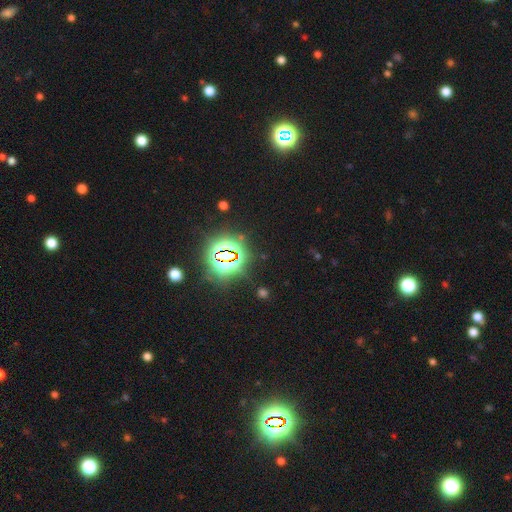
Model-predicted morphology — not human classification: The model was most divided on "smooth or featured": star or artifact: 81%, smooth: 12%, featured or disk: 7%.